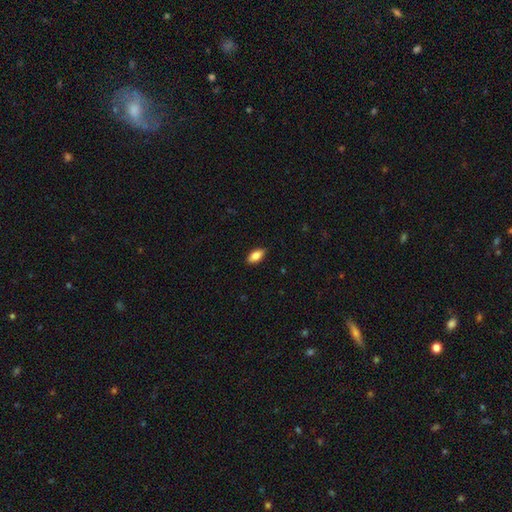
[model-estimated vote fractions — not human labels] Smooth or featured?
  - smooth: 84% *
  - featured or disk: 9%
  - star or artifact: 7%
How rounded?
  - in between: 89% *
  - cigar-shaped: 8%
  - round: 3%
Merging?
  - none: 87% *
  - minor disturbance: 10%
  - major disturbance: 2%
  - merger: 1%